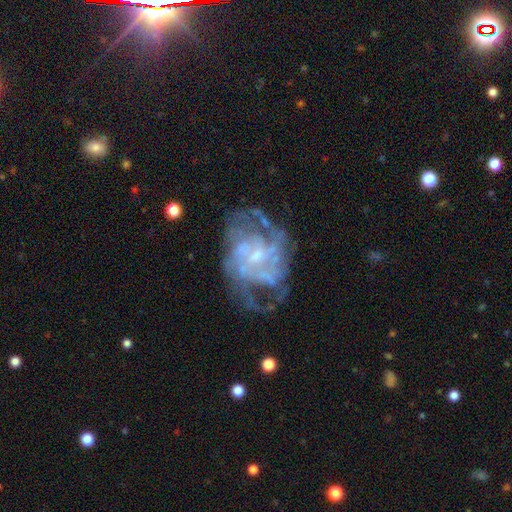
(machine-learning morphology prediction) type=featured or disk (83%); edge-on=no (98%); bar=no (54%); spiral arms=yes (78%); winding=medium (41%); arm count=can't tell (46%); bulge=small (62%); merging=none (52%).